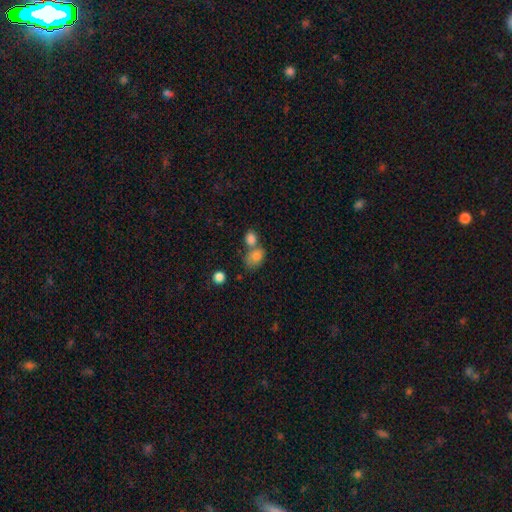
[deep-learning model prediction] This is clearly a smooth galaxy (81%). How rounded: likely in between (71%). Merging: possibly merger (45%).